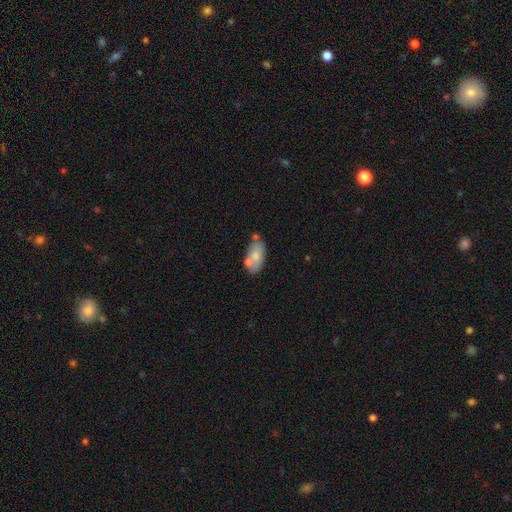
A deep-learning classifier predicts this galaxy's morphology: smooth_or_featured: smooth (p=0.69) [alt: featured or disk p=0.25]
how_rounded: in between (p=0.92) [alt: cigar-shaped p=0.04]
merging: none (p=0.58) [alt: minor disturbance p=0.19]